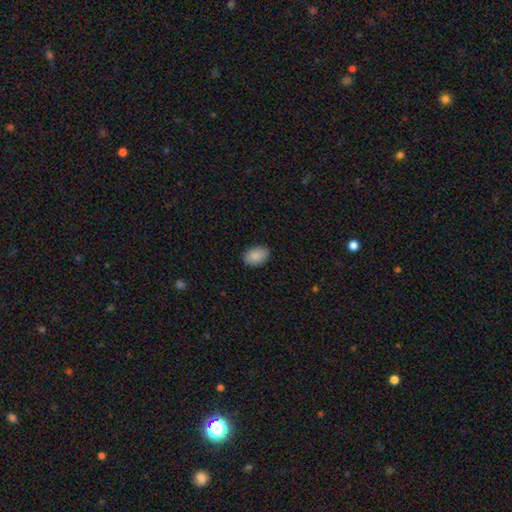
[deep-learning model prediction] Overall: smooth (89%). How rounded: in between (88%). Merging: none (86%).